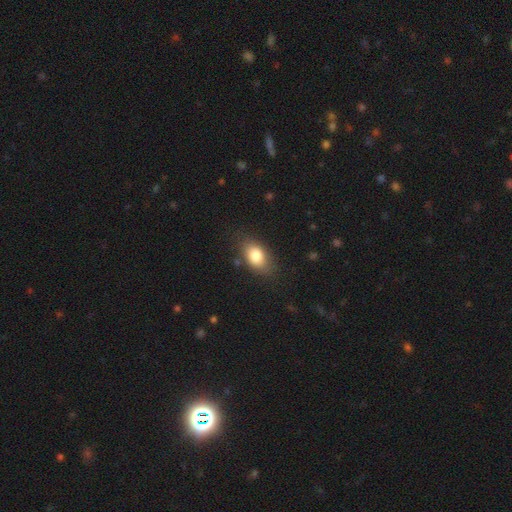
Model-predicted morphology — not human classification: Smooth or featured: smooth — 82% (featured or disk — 10%)
How rounded: in between — 87% (round — 11%)
Merging: none — 79% (minor disturbance — 15%)